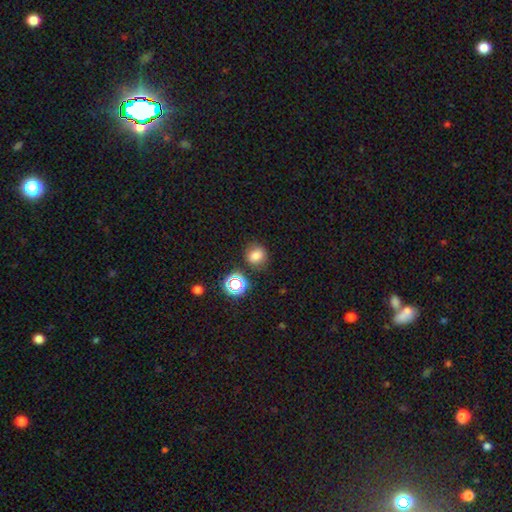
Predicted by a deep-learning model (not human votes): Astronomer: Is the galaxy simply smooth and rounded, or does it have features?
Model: smooth — 74%.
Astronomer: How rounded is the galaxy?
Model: round — 71%.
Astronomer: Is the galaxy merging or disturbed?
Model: none — 78%.